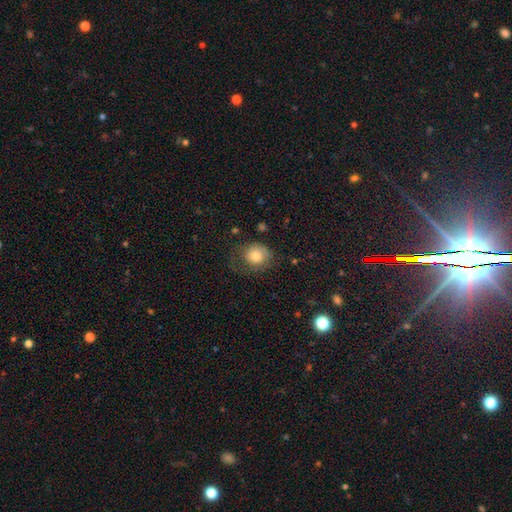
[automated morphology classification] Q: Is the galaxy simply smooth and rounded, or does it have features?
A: smooth — 78%.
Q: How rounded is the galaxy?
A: round — 74%.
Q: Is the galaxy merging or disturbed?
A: none — 53%.